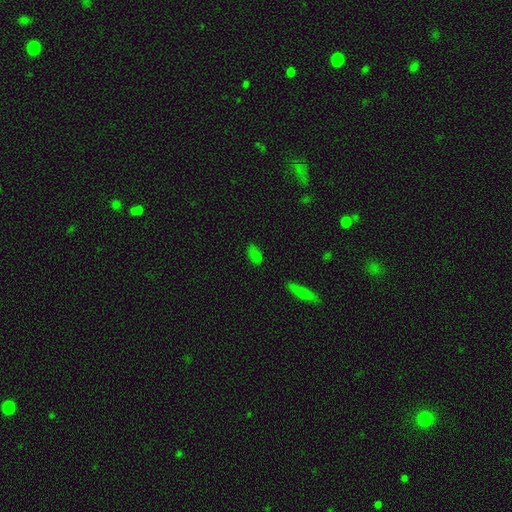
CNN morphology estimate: A smooth galaxy with no disk features (74%) that is in between round and cigar-shaped (86%). Merging: none (74%).